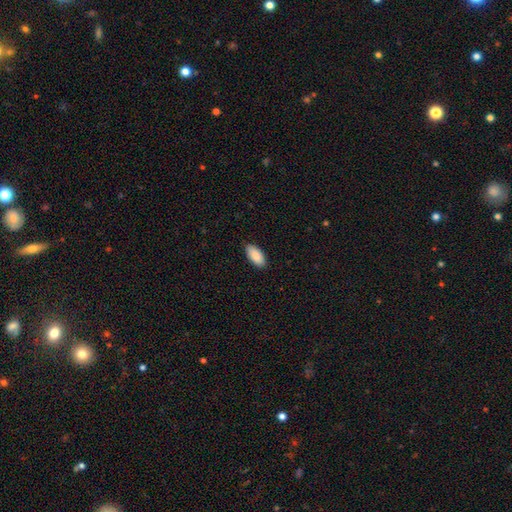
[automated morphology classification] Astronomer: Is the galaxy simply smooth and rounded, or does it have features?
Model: smooth — 90%.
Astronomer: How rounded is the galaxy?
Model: in between — 93%.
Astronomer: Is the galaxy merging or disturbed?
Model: none — 88%.